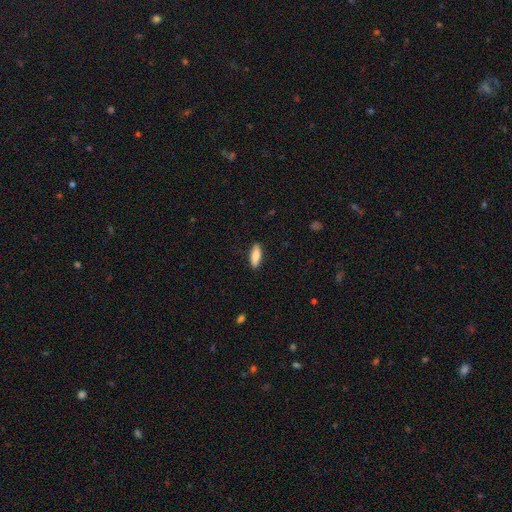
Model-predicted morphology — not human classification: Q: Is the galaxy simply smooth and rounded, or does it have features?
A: smooth — 82%.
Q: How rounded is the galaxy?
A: in between — 55%.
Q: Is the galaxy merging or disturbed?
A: none — 88%.